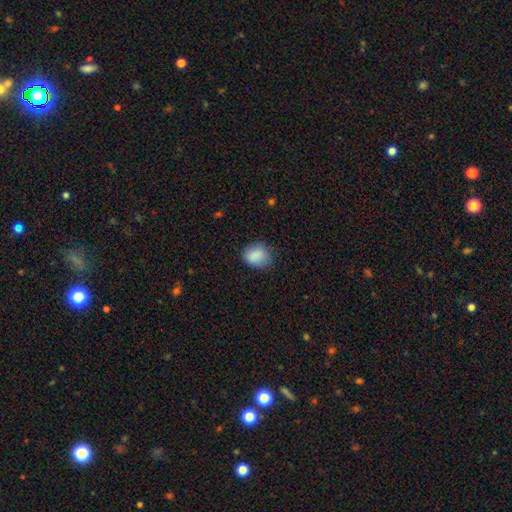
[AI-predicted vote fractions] Q: Smooth or featured?
A: smooth (87%); runner-up: star or artifact (8%)
Q: How rounded?
A: round (59%); runner-up: in between (40%)
Q: Merging?
A: none (74%); runner-up: minor disturbance (20%)